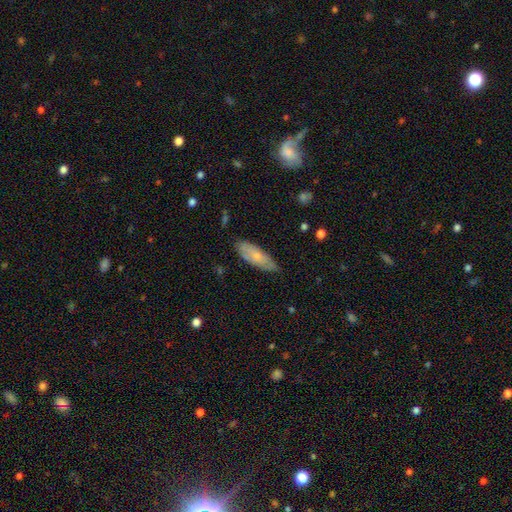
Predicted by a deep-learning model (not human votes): This is likely a smooth galaxy (68%). How rounded: likely in between (62%). Merging: likely none (76%).